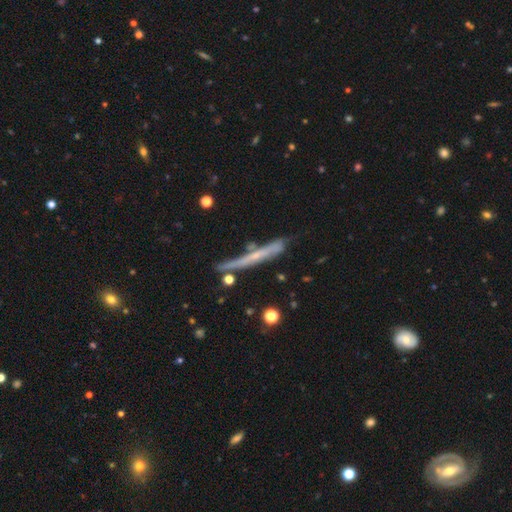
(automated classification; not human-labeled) featured or disk 60%, smooth 33%, star or artifact 8%. Down the decision tree: edge-on disk — yes (92%); edge-on bulge — none (63%); merging — none (67%).